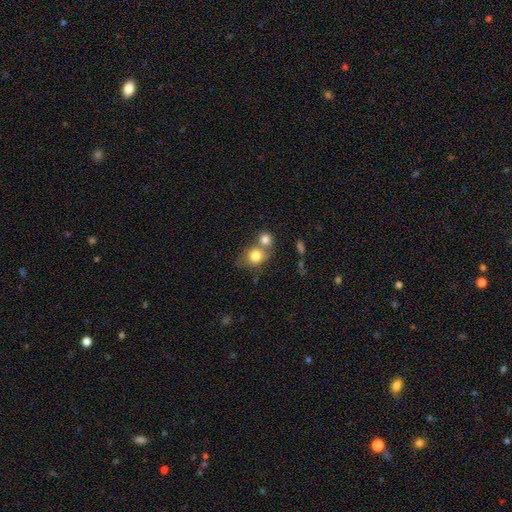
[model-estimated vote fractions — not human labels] Smooth or featured? Predicted: smooth (p=0.78). How rounded? Predicted: round (p=0.71). Merging? Predicted: merger (p=0.48).